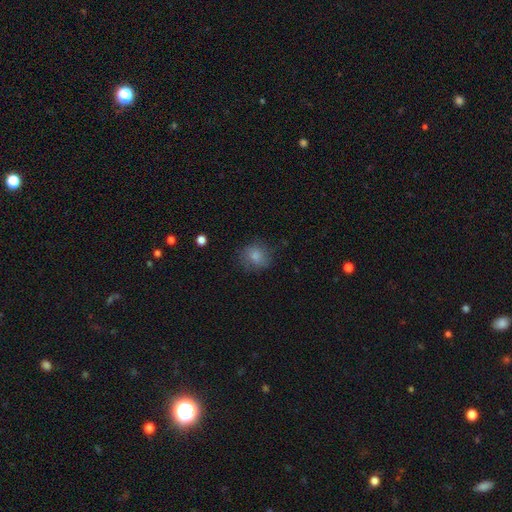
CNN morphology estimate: smooth-or-featured: smooth: 80% | featured or disk: 11% | star or artifact: 9%
  how-rounded: round: 75% | in between: 24% | cigar-shaped: 1%
  merging: none: 72% | minor disturbance: 19% | major disturbance: 7% | merger: 1%